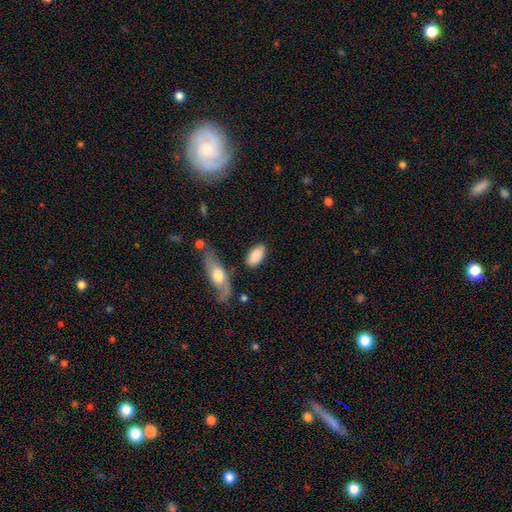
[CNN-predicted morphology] Smooth or featured? Predicted: smooth (p=0.85). How rounded? Predicted: in between (p=0.92). Merging? Predicted: none (p=0.78).